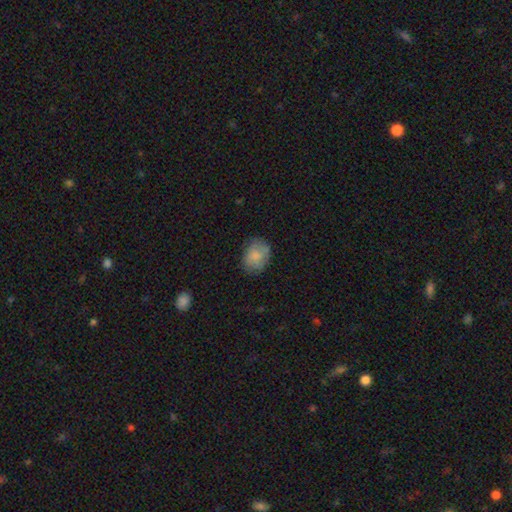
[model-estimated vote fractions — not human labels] This is likely a smooth galaxy (77%). How rounded: likely in between (62%). Merging: likely none (73%).